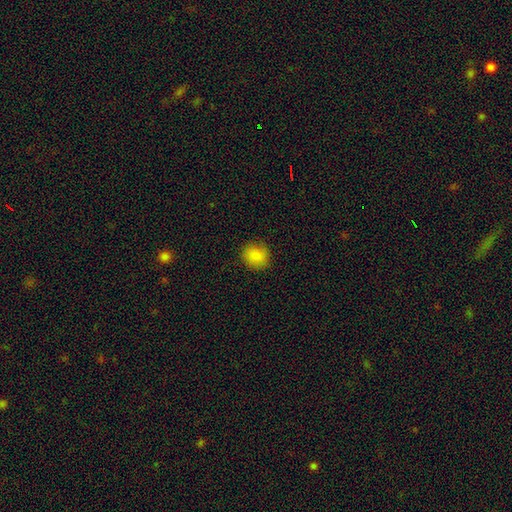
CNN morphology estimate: Smooth or featured?
  - smooth: 85% *
  - star or artifact: 10%
  - featured or disk: 5%
How rounded?
  - round: 84% *
  - in between: 15%
  - cigar-shaped: 1%
Merging?
  - none: 87% *
  - minor disturbance: 9%
  - major disturbance: 3%
  - merger: 1%